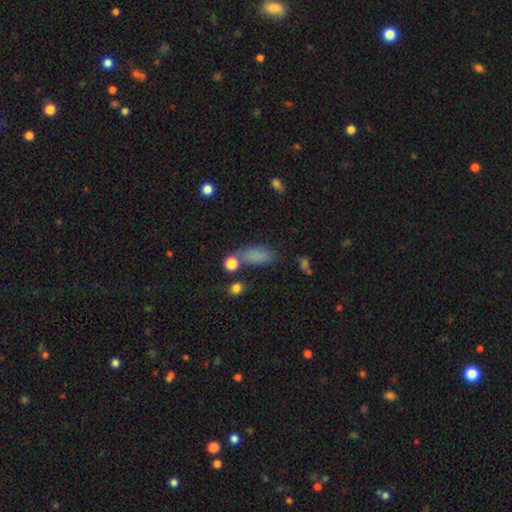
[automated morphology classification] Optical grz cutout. It shows a smooth galaxy with no disk features (81%) that is in between round and cigar-shaped (76%). Merging: none (63%).